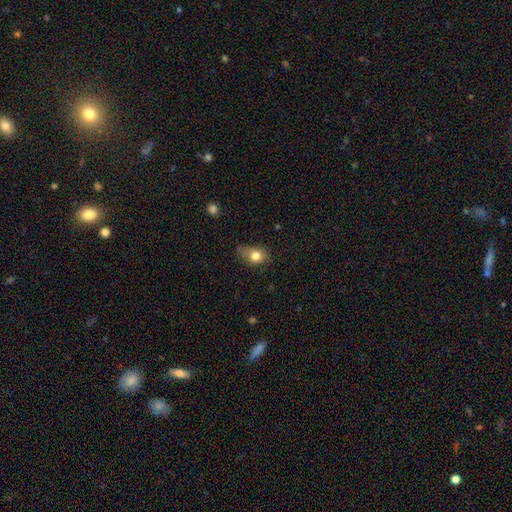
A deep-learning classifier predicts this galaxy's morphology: Overall: smooth (79%). How rounded: in between (55%; round 43%). Merging: none (53%; minor disturbance 34%).